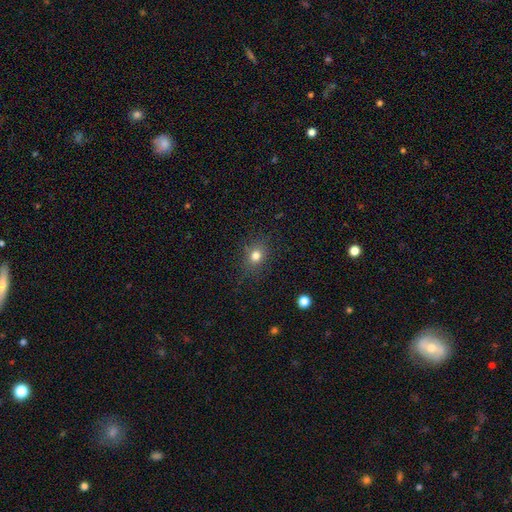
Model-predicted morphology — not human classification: type=smooth (78%); roundness=round (61%); merging=none (82%).